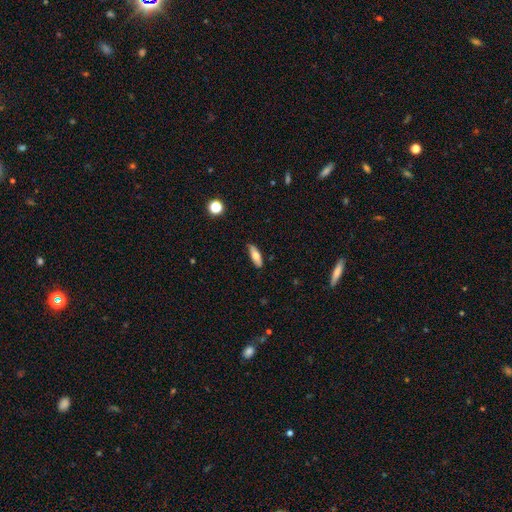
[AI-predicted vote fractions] Smooth or featured?
  - smooth: 70% *
  - featured or disk: 23%
  - star or artifact: 7%
How rounded?
  - in between: 60% *
  - cigar-shaped: 37%
  - round: 2%
Merging?
  - none: 84% *
  - minor disturbance: 12%
  - major disturbance: 2%
  - merger: 1%